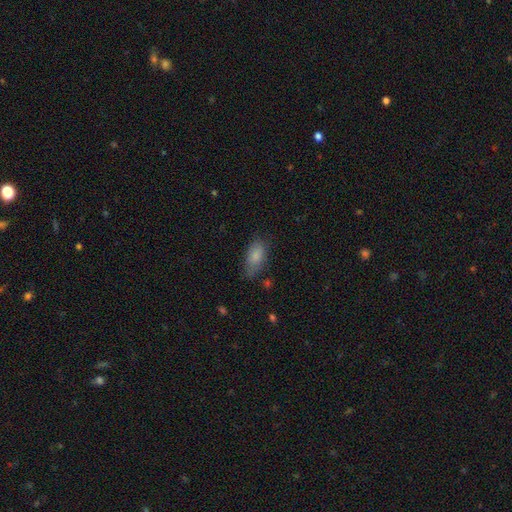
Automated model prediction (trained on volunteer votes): smooth-or-featured: smooth: 83% | featured or disk: 10% | star or artifact: 7%
  how-rounded: in between: 90% | cigar-shaped: 7% | round: 3%
  merging: none: 66% | minor disturbance: 25% | major disturbance: 7% | merger: 2%